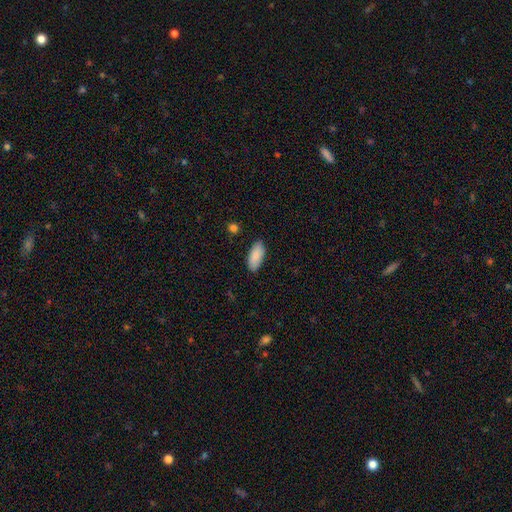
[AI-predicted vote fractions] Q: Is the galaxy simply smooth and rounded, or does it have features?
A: smooth — 89%.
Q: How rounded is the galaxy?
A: in between — 89%.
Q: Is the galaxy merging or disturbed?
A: none — 86%.